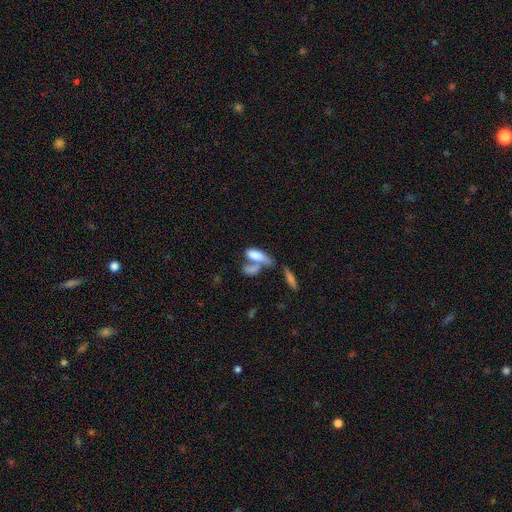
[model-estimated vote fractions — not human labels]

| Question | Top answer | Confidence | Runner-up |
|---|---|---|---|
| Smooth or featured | smooth | 73% | featured or disk (19%) |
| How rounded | in between | 74% | cigar-shaped (23%) |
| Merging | merger | 59% | none (23%) |